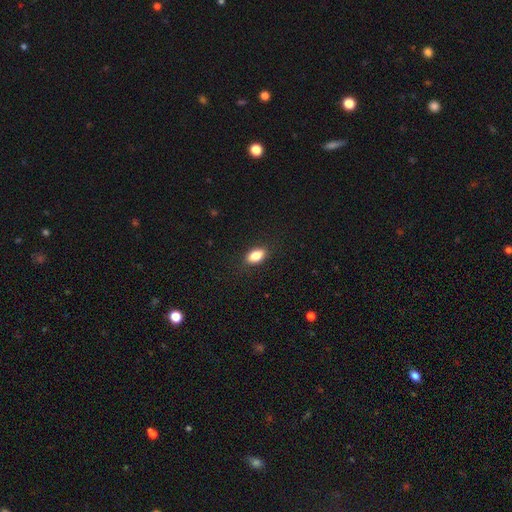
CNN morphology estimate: smooth 86%, star or artifact 8%, featured or disk 6%. Down the decision tree: how rounded — in between (89%); merging — none (87%).